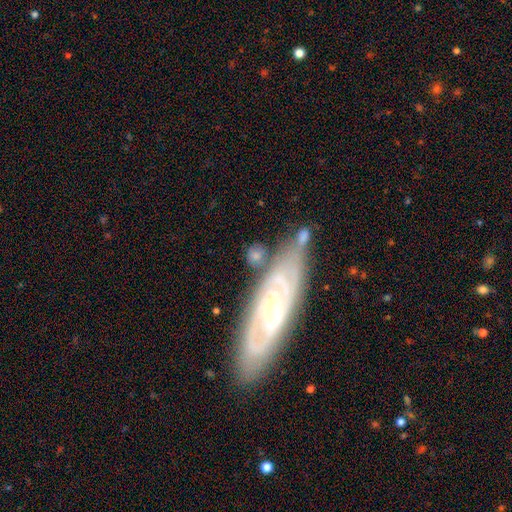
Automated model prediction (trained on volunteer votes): Overall: smooth (54%; featured or disk 36%). How rounded: round (51%; in between 41%). Merging: none (53%; merger 21%).